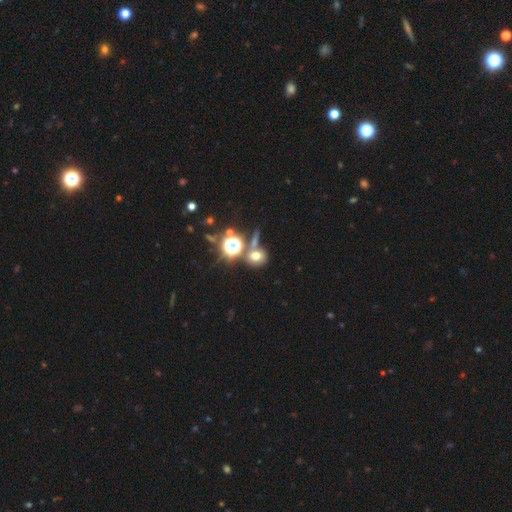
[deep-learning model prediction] Overall: smooth (60%; star or artifact 28%). How rounded: round (71%). Merging: none (60%; merger 23%).